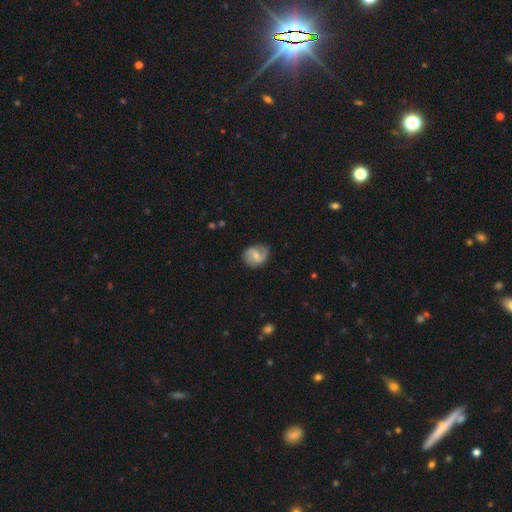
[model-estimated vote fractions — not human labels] Morphology: type=featured or disk (70%); edge-on=no (98%); bar=weak (56%); spiral arms=yes (93%); winding=medium (47%); arm count=2 (83%); bulge=small (44%); merging=none (75%).